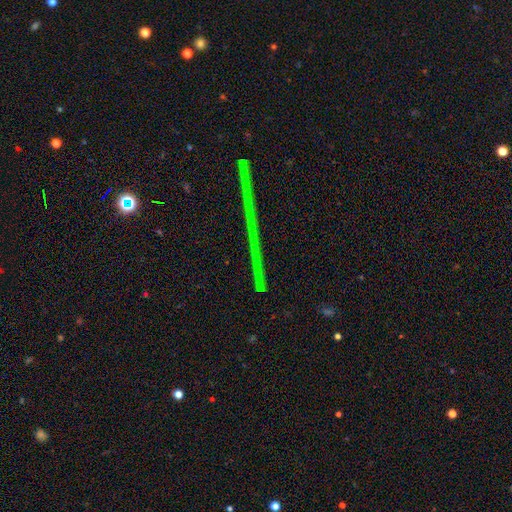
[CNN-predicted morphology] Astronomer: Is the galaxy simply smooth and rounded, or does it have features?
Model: star or artifact — 61%.